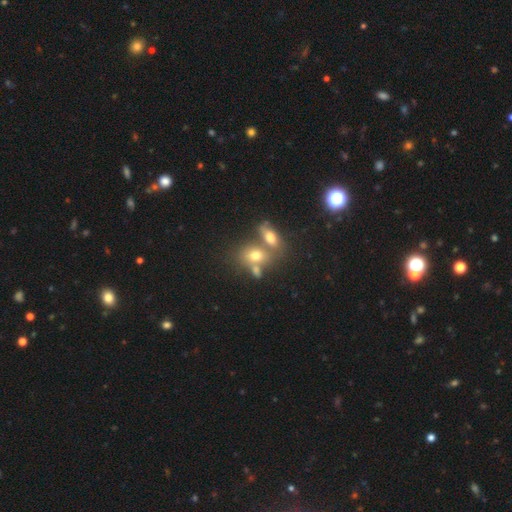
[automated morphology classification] This is likely a smooth galaxy (66%). How rounded: likely in between (67%). Merging: possibly merger (51%).